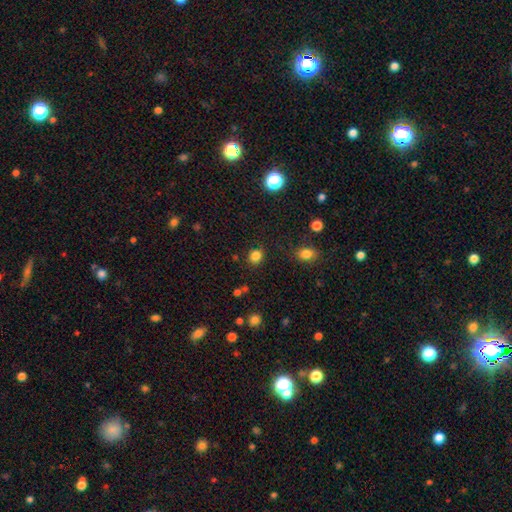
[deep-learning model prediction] This is clearly a smooth galaxy (83%). How rounded: likely round (74%). Merging: clearly none (85%).